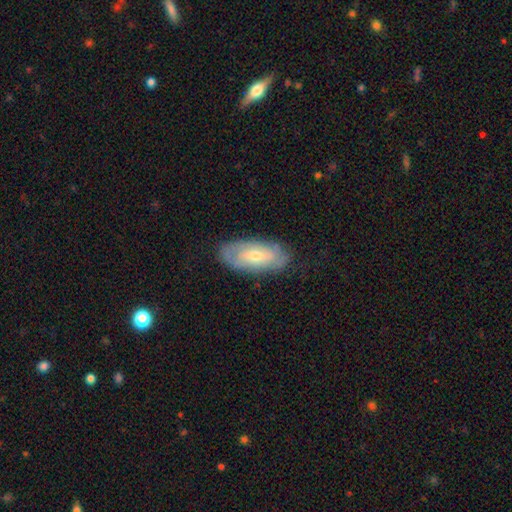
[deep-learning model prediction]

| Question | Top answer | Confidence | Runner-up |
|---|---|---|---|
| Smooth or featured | featured or disk | 57% | smooth (36%) |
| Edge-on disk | no | 88% | yes (12%) |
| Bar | no | 59% | weak (32%) |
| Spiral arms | yes | 70% | no (30%) |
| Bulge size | small | 52% | moderate (44%) |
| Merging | none | 79% | minor disturbance (16%) |